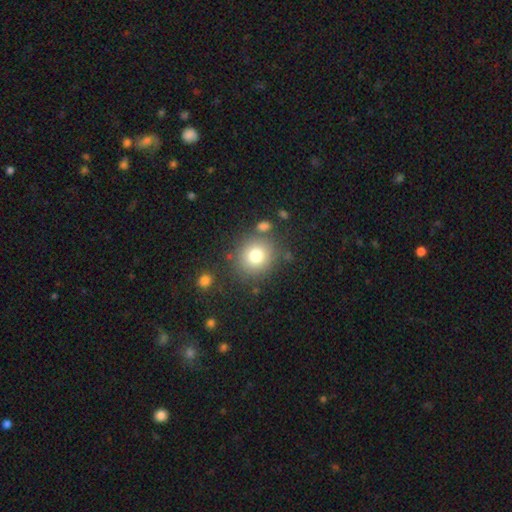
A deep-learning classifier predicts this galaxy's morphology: Smooth or featured? smooth (78%)
How rounded? round (85%)
Merging? none (79%)